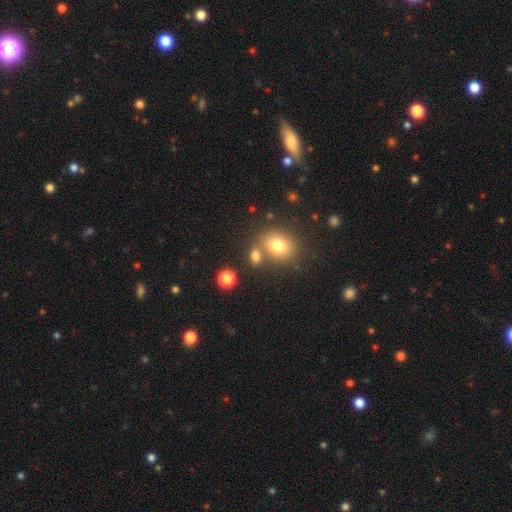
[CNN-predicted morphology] This is likely a smooth galaxy (77%). How rounded: possibly in between (52%). Merging: possibly none (59%).